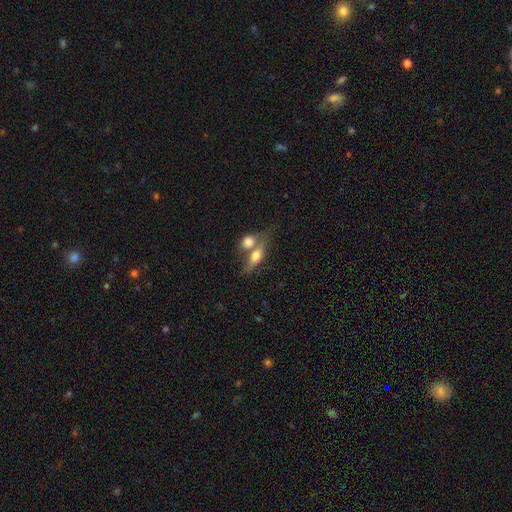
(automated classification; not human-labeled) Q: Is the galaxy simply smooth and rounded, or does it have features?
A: smooth — 61%.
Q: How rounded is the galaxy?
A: in between — 61%.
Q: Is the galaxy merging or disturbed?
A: merger — 51%.